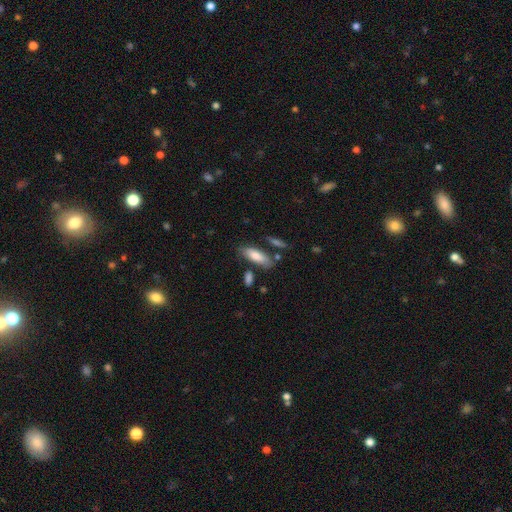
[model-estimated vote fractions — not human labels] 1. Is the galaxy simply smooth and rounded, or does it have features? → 77% smooth, 17% featured or disk, 6% star or artifact.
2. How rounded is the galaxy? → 69% in between, 29% cigar-shaped, 2% round.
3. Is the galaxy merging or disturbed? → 71% none, 17% minor disturbance, 8% merger, 4% major disturbance.